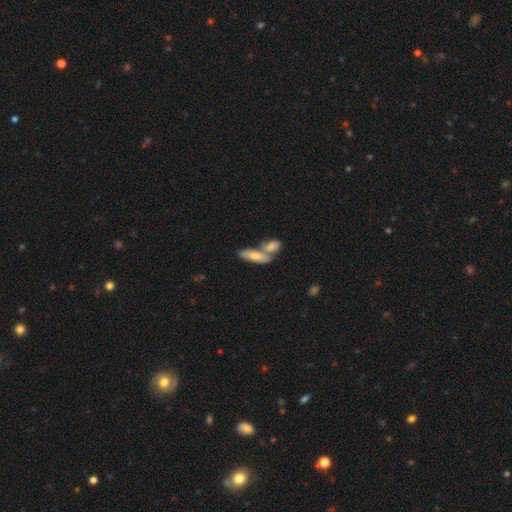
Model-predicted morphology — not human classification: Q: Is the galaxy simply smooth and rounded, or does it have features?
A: smooth — 69%.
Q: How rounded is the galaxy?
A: in between — 55%.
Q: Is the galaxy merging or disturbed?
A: merger — 51%.